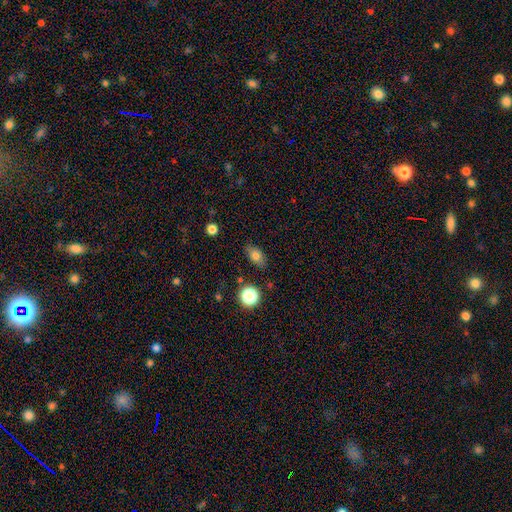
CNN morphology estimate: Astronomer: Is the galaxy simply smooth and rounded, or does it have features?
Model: smooth — 77%.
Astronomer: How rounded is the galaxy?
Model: in between — 82%.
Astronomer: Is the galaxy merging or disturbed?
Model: none — 84%.